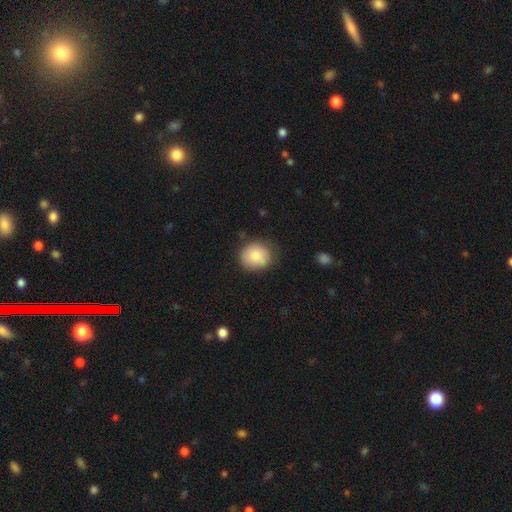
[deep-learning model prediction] This is clearly a smooth galaxy (83%). How rounded: clearly round (81%). Merging: likely none (78%).